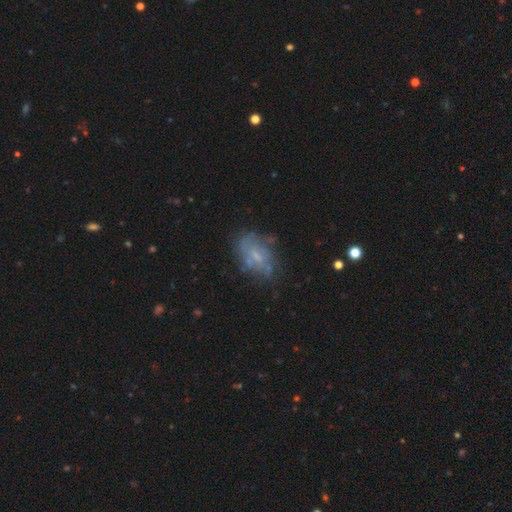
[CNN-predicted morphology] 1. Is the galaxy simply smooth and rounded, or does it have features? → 52% featured or disk, 36% smooth, 12% star or artifact.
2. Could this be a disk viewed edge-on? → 95% no, 5% yes.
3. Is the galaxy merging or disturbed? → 57% none, 24% minor disturbance, 15% major disturbance, 4% merger.